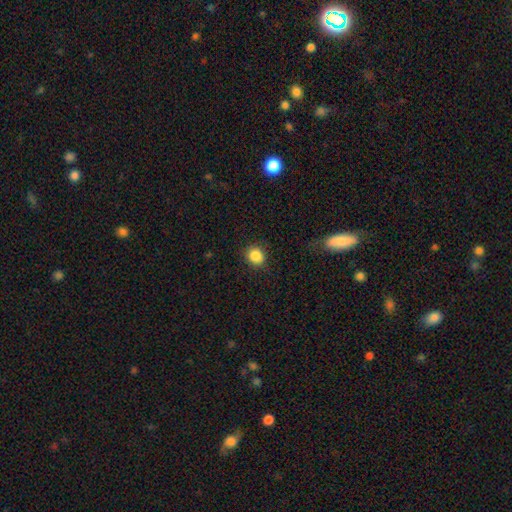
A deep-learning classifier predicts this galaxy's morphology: Smooth or featured?
  - smooth: 86% *
  - star or artifact: 10%
  - featured or disk: 4%
How rounded?
  - round: 79% *
  - in between: 20%
  - cigar-shaped: 1%
Merging?
  - none: 86% *
  - minor disturbance: 10%
  - major disturbance: 3%
  - merger: 1%